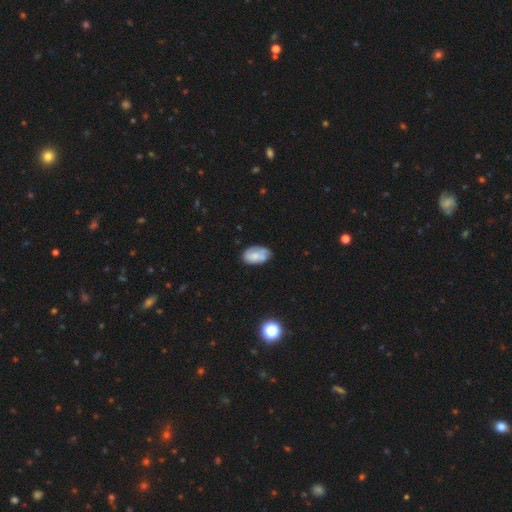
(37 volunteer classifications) Overall: smooth (51%; featured or disk 46%). How rounded: in between (100%). Merging: none (53%; minor disturbance 36%).